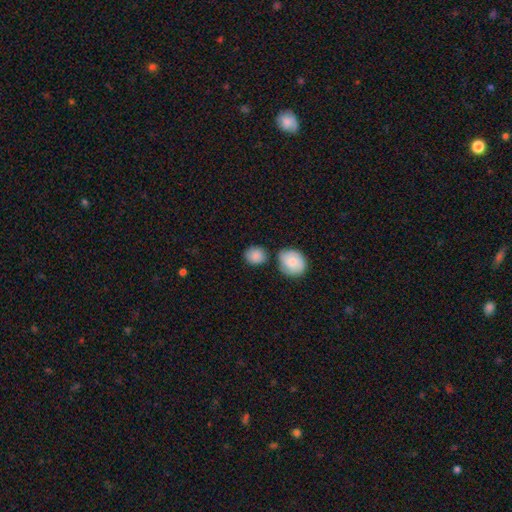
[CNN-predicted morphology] A smooth galaxy with no disk features (85%) that is round (75%).

Vote fractions:
- Smooth or featured? smooth: 85% / featured or disk: 8% / star or artifact: 6%
- How rounded? round: 75% / in between: 23% / cigar-shaped: 1%
- Merging? none: 65% / minor disturbance: 16% / merger: 15% / major disturbance: 4%